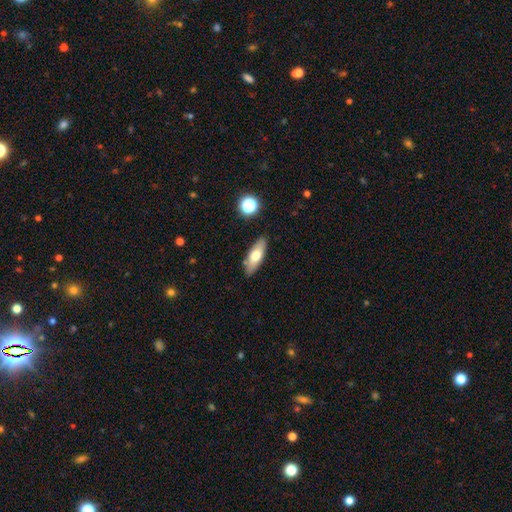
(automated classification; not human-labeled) Smooth or featured?
  - smooth: 65% *
  - featured or disk: 28%
  - star or artifact: 7%
How rounded?
  - in between: 65% *
  - cigar-shaped: 32%
  - round: 3%
Merging?
  - none: 84% *
  - minor disturbance: 11%
  - merger: 3%
  - major disturbance: 2%